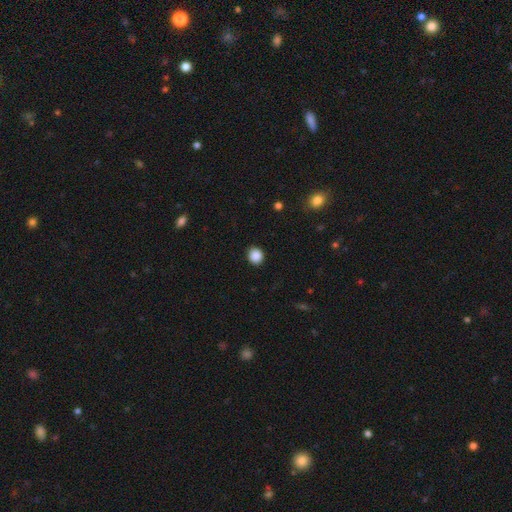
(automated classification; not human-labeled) smooth_or_featured: smooth (p=0.88) [alt: star or artifact p=0.09]
how_rounded: round (p=0.83) [alt: in between p=0.16]
merging: none (p=0.90) [alt: minor disturbance p=0.07]